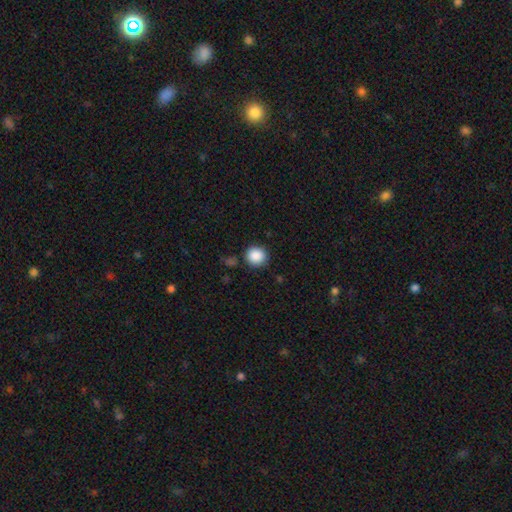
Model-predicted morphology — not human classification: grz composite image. It shows a smooth galaxy with no disk features (88%) that is round (91%). Merging: none (85%).